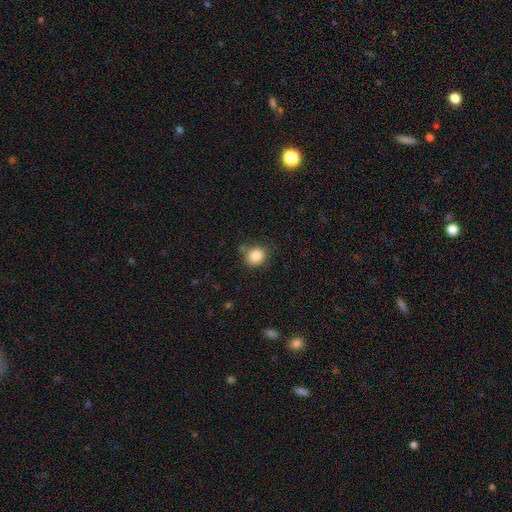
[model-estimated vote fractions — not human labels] Smooth or featured? Predicted: smooth (p=0.86). How rounded? Predicted: round (p=0.79). Merging? Predicted: none (p=0.76).